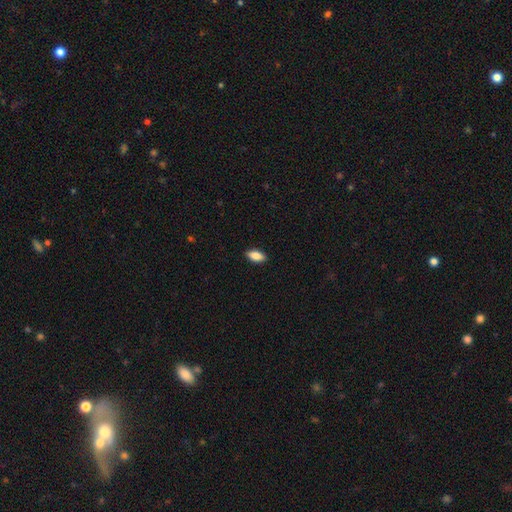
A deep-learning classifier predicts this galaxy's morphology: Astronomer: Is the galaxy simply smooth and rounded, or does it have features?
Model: smooth — 86%.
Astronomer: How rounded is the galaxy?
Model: in between — 89%.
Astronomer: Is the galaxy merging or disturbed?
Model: none — 89%.